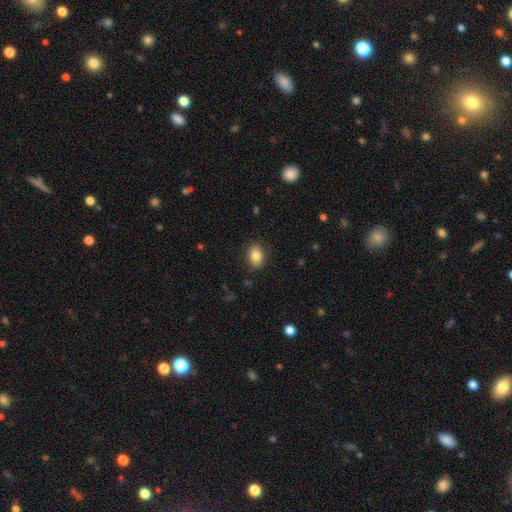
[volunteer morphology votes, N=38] smooth_or_featured: smooth (p=0.89) [alt: featured or disk p=0.05]
how_rounded: in between (p=0.71) [alt: round p=0.24]
merging: none (p=0.92) [alt: minor disturbance p=0.06]